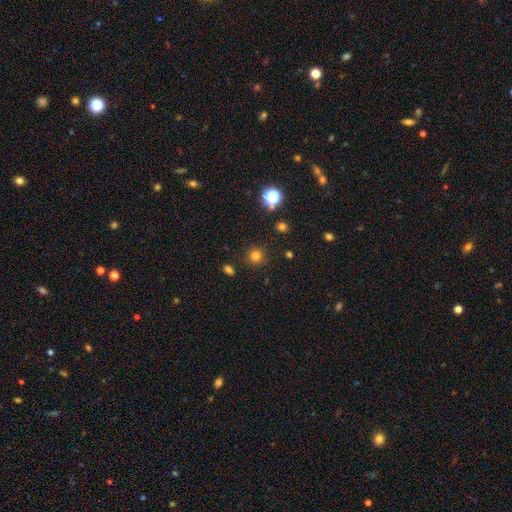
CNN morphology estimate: Smooth or featured? smooth (77%)
How rounded? round (92%)
Merging? none (87%)